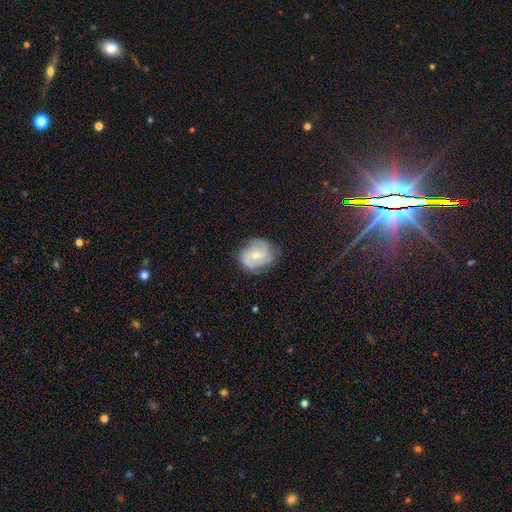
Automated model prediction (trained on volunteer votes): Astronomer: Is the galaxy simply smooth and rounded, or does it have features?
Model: featured or disk — 68%.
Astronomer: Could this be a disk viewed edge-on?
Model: no — 98%.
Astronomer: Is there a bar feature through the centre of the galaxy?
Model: no — 63%.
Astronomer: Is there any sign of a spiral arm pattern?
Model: yes — 91%.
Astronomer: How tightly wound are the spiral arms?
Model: tight — 45% (runner-up: medium, 42%).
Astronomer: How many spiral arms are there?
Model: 2 — 47%.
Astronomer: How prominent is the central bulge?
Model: small — 50% (runner-up: moderate, 46%).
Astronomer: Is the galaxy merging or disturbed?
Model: none — 73%.